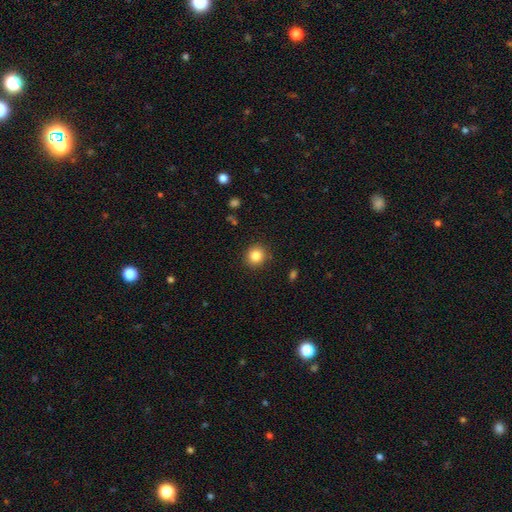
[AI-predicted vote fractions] Smooth or featured? smooth (84%)
How rounded? round (87%)
Merging? none (90%)